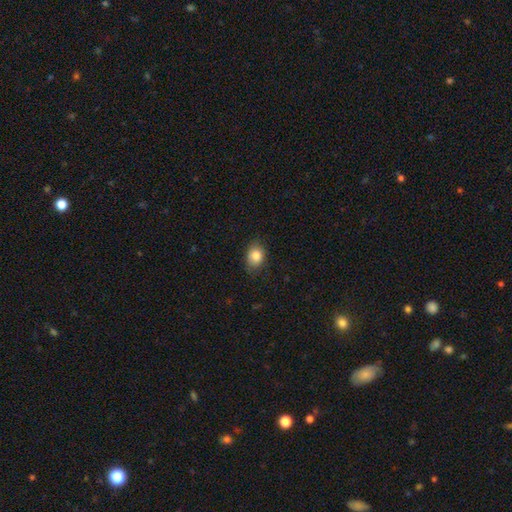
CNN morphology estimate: A smooth galaxy with no disk features (84%) that is in between round and cigar-shaped (63%).

Vote fractions:
- Smooth or featured? smooth: 84% / star or artifact: 9% / featured or disk: 7%
- How rounded? in between: 63% / round: 36% / cigar-shaped: 1%
- Merging? none: 78% / minor disturbance: 18% / major disturbance: 4% / merger: 1%